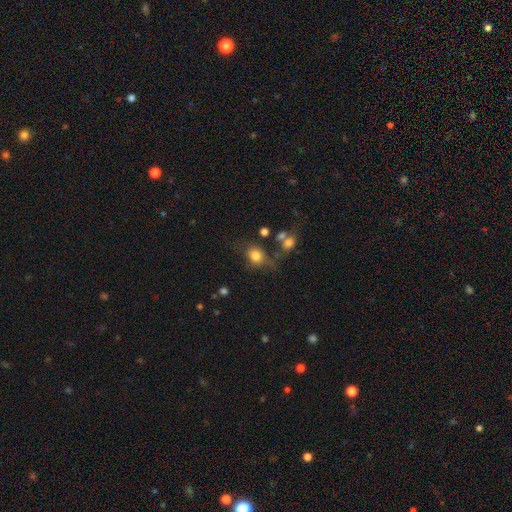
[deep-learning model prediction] Smooth or featured? smooth (79%)
How rounded? round (65%)
Merging? none (55%)